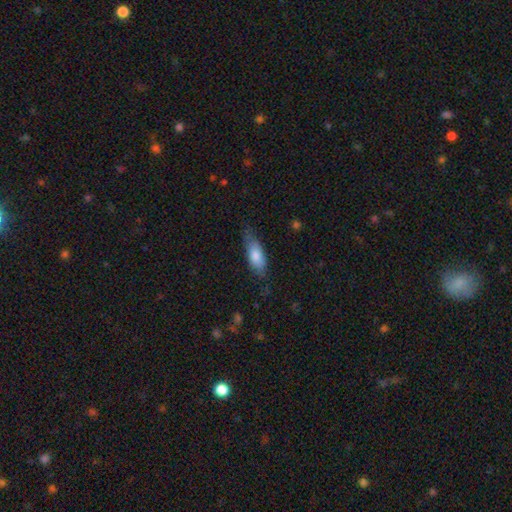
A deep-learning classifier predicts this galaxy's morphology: The model was most divided on "merging": none: 61%, minor disturbance: 29%, major disturbance: 8%, merger: 2%. More confident: smooth or featured — smooth (75%); how rounded — in between (72%).